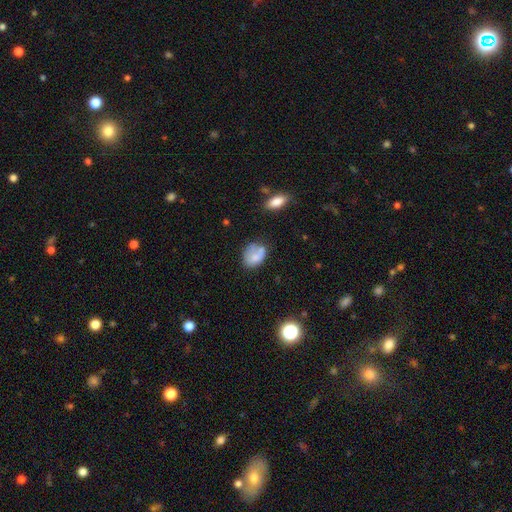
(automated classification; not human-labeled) smooth-or-featured: smooth: 69% | featured or disk: 21% | star or artifact: 10%
  how-rounded: in between: 68% | round: 31% | cigar-shaped: 1%
  merging: none: 41% | minor disturbance: 27% | merger: 16% | major disturbance: 16%